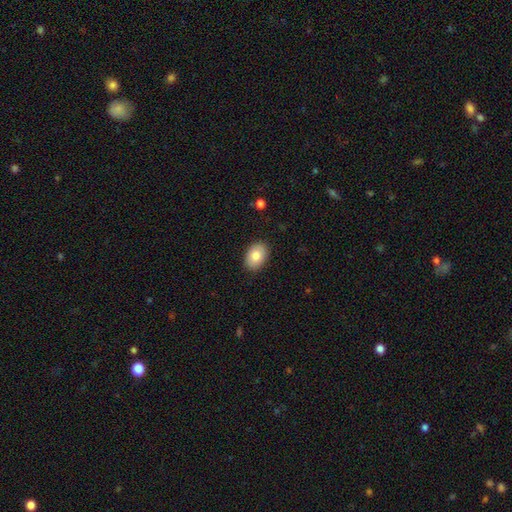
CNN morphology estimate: smooth_or_featured: smooth (p=0.84) [alt: featured or disk p=0.10]
how_rounded: in between (p=0.83) [alt: round p=0.16]
merging: none (p=0.88) [alt: minor disturbance p=0.09]